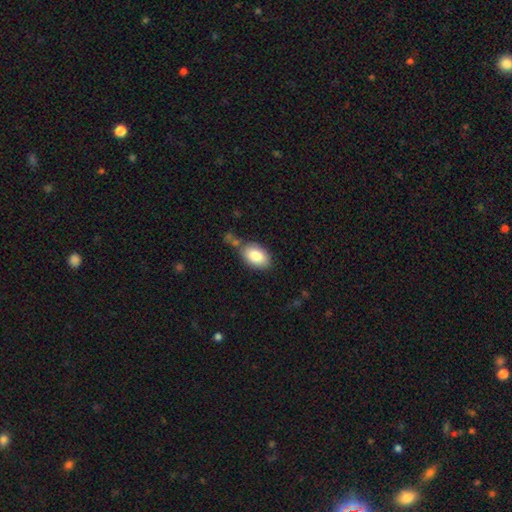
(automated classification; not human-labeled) Q: Smooth or featured?
A: smooth (82%); runner-up: featured or disk (11%)
Q: How rounded?
A: in between (90%); runner-up: round (9%)
Q: Merging?
A: none (69%); runner-up: minor disturbance (16%)